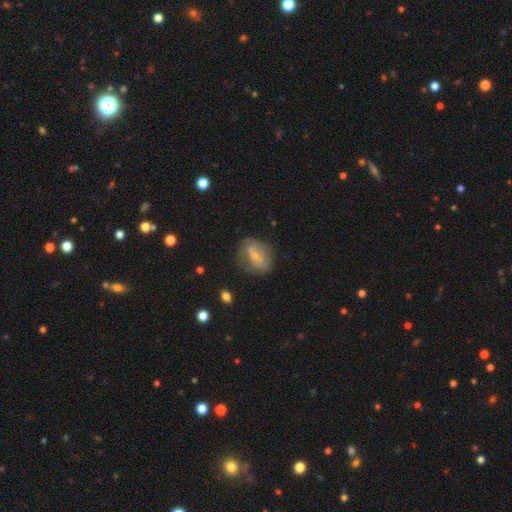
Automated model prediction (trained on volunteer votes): smooth-or-featured: featured or disk: 60% | smooth: 33% | star or artifact: 7%
  disk-edge-on: no: 95% | yes: 5%
    bar: weak: 46% | no: 34% | strong: 20%
    has-spiral-arms: yes: 68% | no: 32%
    bulge-size: small: 67% | moderate: 24% | none: 6% | large: 2% | dominant: 1%
  merging: none: 60% | minor disturbance: 24% | major disturbance: 13% | merger: 2%